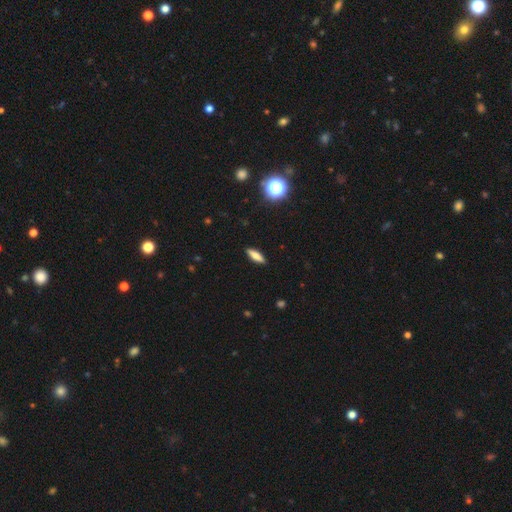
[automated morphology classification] smooth 69%, featured or disk 22%, star or artifact 9%. Down the decision tree: how rounded — cigar-shaped (53%); merging — none (90%).